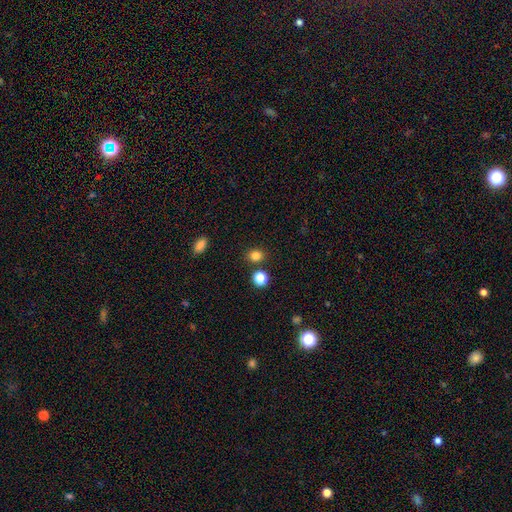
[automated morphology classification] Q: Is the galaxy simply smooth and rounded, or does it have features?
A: smooth — 82%.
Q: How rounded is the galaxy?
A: round — 71%.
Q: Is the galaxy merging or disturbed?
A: none — 82%.